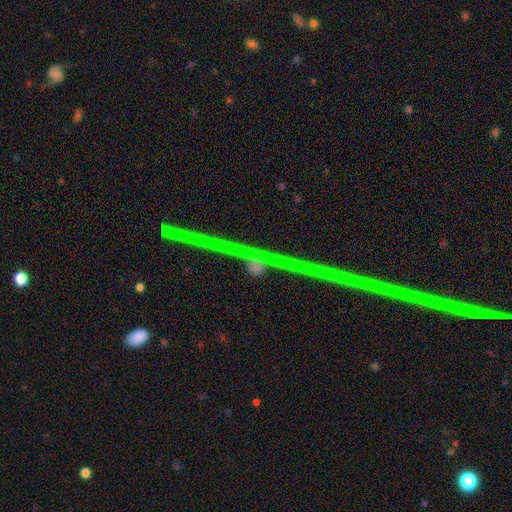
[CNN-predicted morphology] A star or artifact, not a galaxy (78%).